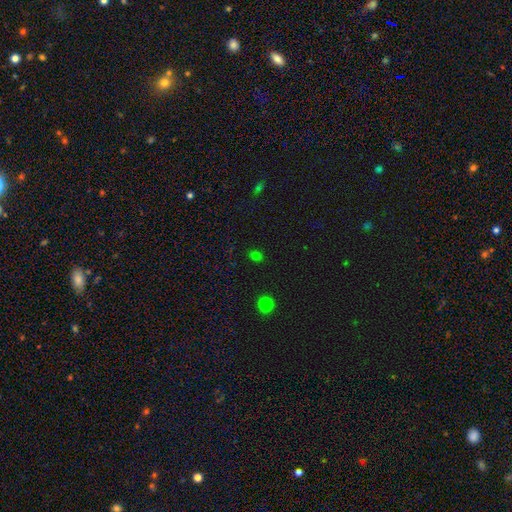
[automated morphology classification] Smooth or featured? smooth (70%)
How rounded? round (54%)
Merging? none (87%)